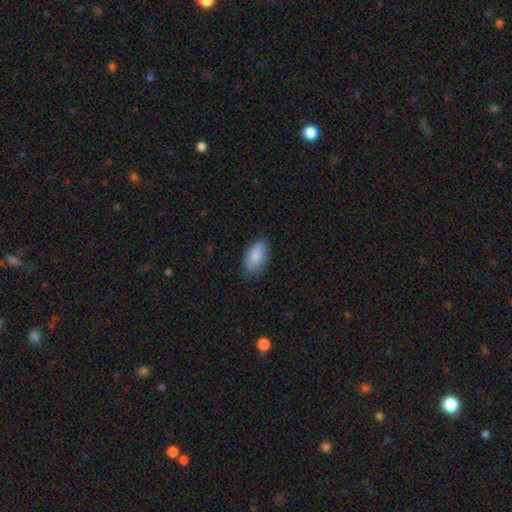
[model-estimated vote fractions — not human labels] This is clearly a smooth galaxy (87%). How rounded: clearly in between (93%). Merging: likely none (76%).